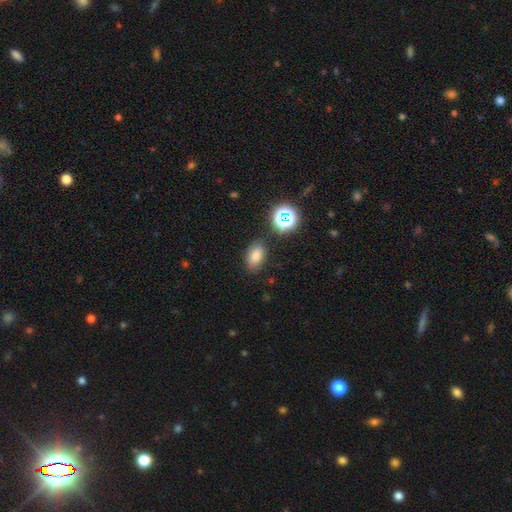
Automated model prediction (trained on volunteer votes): A smooth galaxy with no disk features (76%) that is in between round and cigar-shaped (84%). Merging: none (81%).